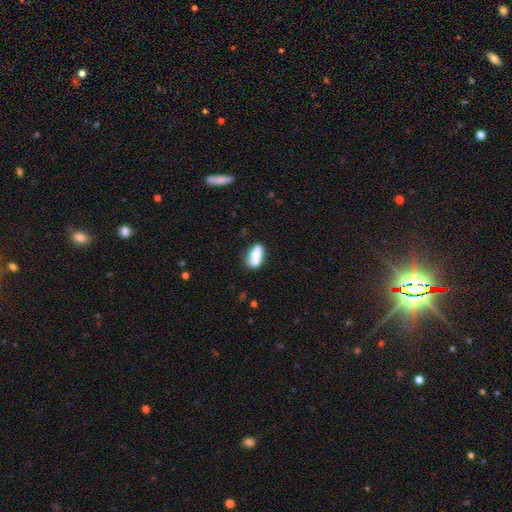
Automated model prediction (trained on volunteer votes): This appears to be a smooth galaxy with no disk features (69%) that is in between round and cigar-shaped (79%). Merging: none (50%).